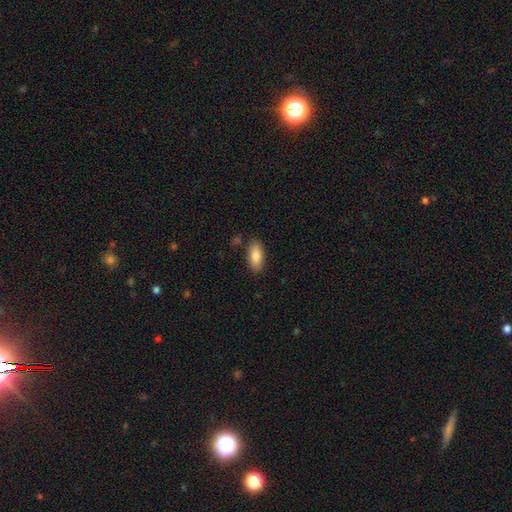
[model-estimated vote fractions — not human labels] smooth-or-featured: smooth: 84% | featured or disk: 9% | star or artifact: 7%
  how-rounded: in between: 90% | cigar-shaped: 8% | round: 3%
  merging: none: 84% | minor disturbance: 11% | merger: 3% | major disturbance: 2%